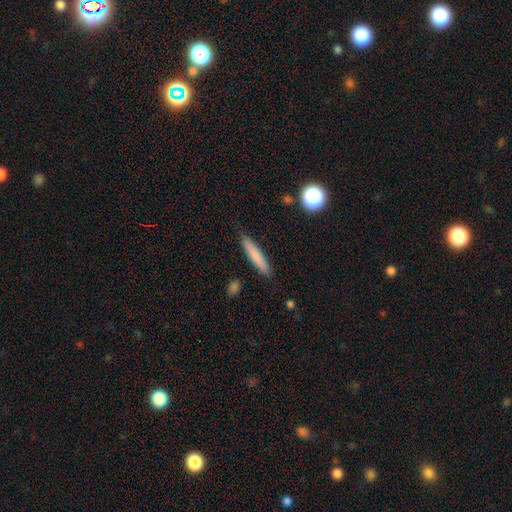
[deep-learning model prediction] This is likely a smooth galaxy (78%). How rounded: clearly cigar-shaped (91%). Merging: clearly none (88%).